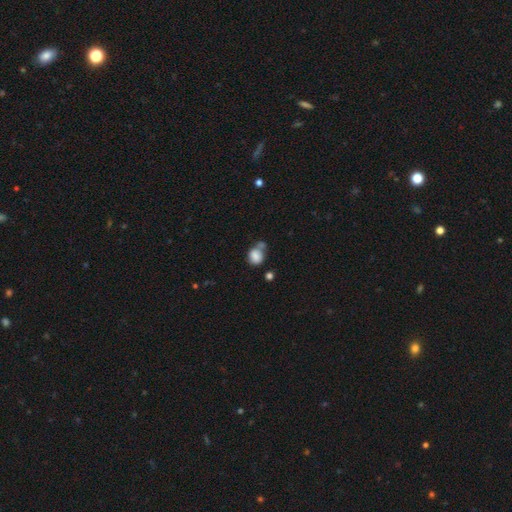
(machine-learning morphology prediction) Smooth or featured? Predicted: smooth (p=0.82). How rounded? Predicted: round (p=0.63). Merging? Predicted: none (p=0.40).